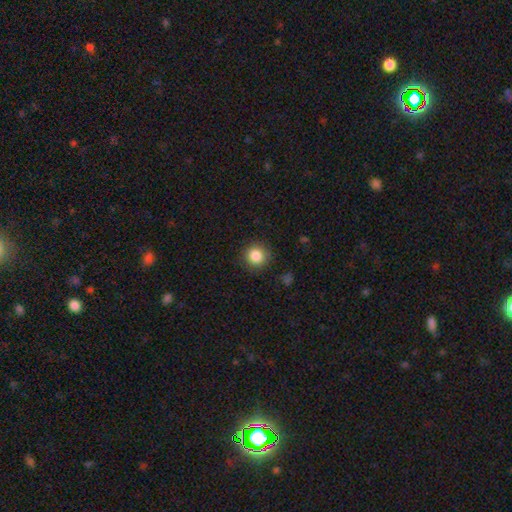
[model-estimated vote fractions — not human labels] Smooth or featured?
  - smooth: 86% *
  - star or artifact: 9%
  - featured or disk: 5%
How rounded?
  - round: 94% *
  - in between: 5%
  - cigar-shaped: 1%
Merging?
  - none: 88% *
  - minor disturbance: 8%
  - major disturbance: 3%
  - merger: 1%